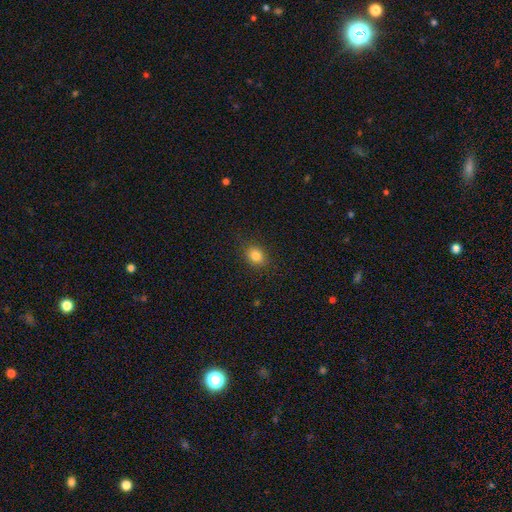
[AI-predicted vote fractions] smooth 82%, star or artifact 11%, featured or disk 7%. Down the decision tree: how rounded — round (53%); merging — none (86%).